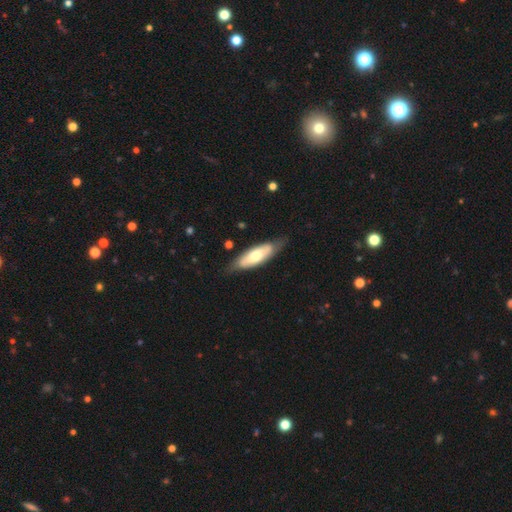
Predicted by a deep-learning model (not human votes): Smooth or featured?
  - smooth: 51% *
  - featured or disk: 44%
  - star or artifact: 5%
How rounded?
  - in between: 58% *
  - cigar-shaped: 41%
  - round: 2%
Merging?
  - none: 71% *
  - minor disturbance: 22%
  - major disturbance: 5%
  - merger: 2%